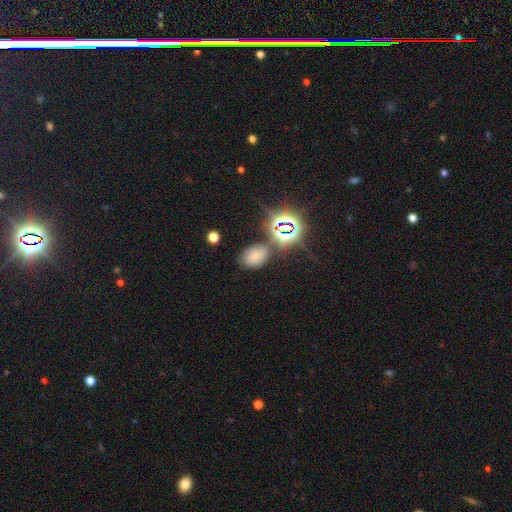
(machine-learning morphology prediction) A smooth galaxy with no disk features (59%) that is in between round and cigar-shaped (79%). Merging: none (71%).